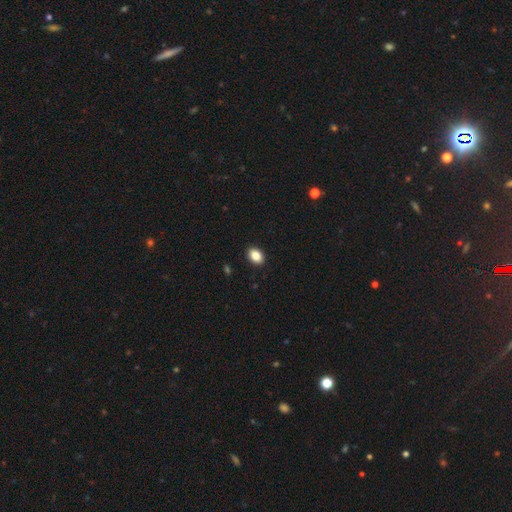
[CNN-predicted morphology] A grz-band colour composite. It shows a smooth galaxy with no disk features (86%) that is in between round and cigar-shaped (78%). Merging: none (91%).